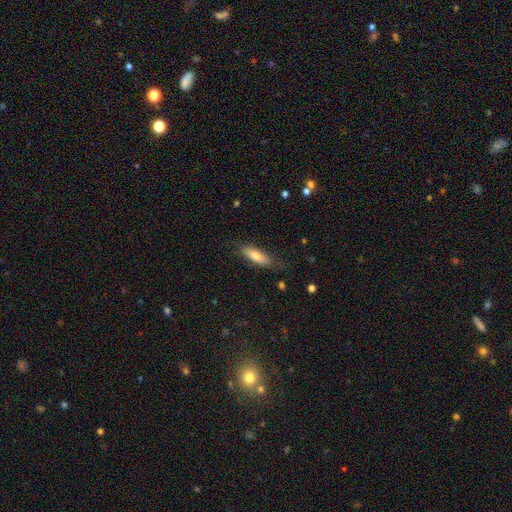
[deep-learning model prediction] smooth-or-featured: smooth: 73% | featured or disk: 20% | star or artifact: 7%
  how-rounded: cigar-shaped: 53% | in between: 45% | round: 2%
  merging: none: 78% | minor disturbance: 17% | major disturbance: 4% | merger: 1%